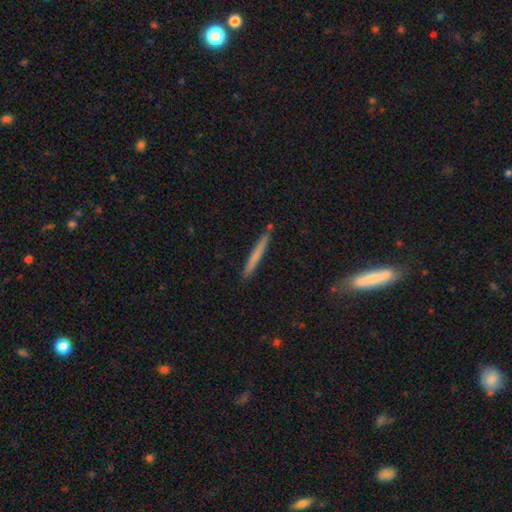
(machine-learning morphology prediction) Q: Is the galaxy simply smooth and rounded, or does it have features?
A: smooth — 64%.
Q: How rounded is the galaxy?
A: cigar-shaped — 97%.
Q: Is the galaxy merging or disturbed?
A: none — 87%.